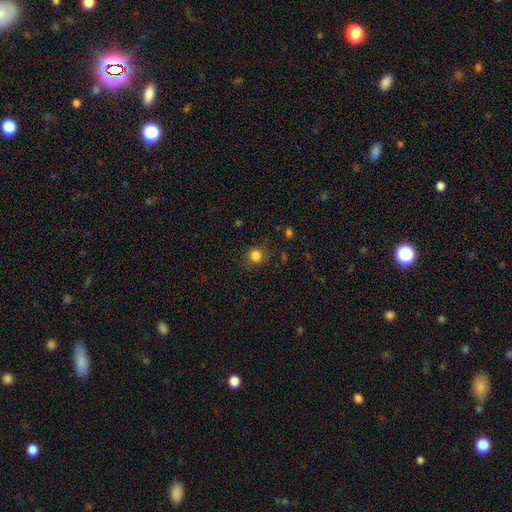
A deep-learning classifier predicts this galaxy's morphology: This appears to be a smooth galaxy with no disk features (83%) that is round (84%). Merging: none (84%).